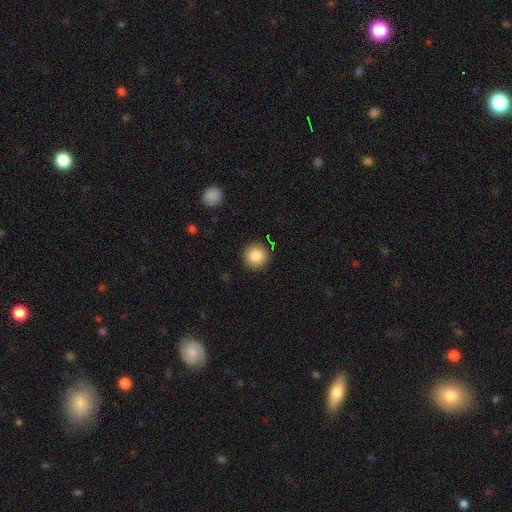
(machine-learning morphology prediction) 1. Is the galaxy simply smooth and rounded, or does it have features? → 86% smooth, 9% star or artifact, 5% featured or disk.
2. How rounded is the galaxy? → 95% round, 4% in between, 1% cigar-shaped.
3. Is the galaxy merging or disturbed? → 91% none, 6% minor disturbance, 2% major disturbance, 1% merger.